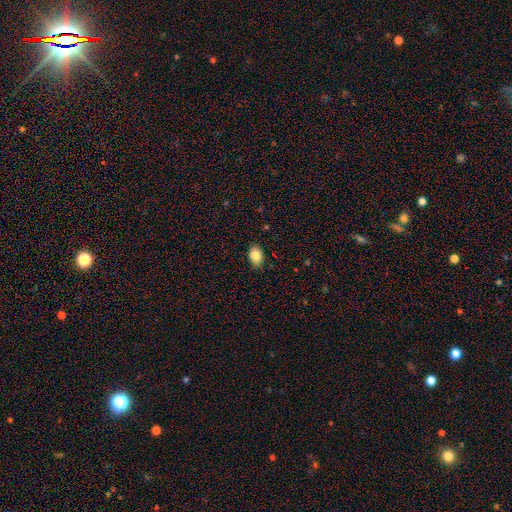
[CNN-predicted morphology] The model was most divided on "how rounded": in between: 80%, round: 18%, cigar-shaped: 1%. More confident: merging — none (86%); smooth or featured — smooth (84%).